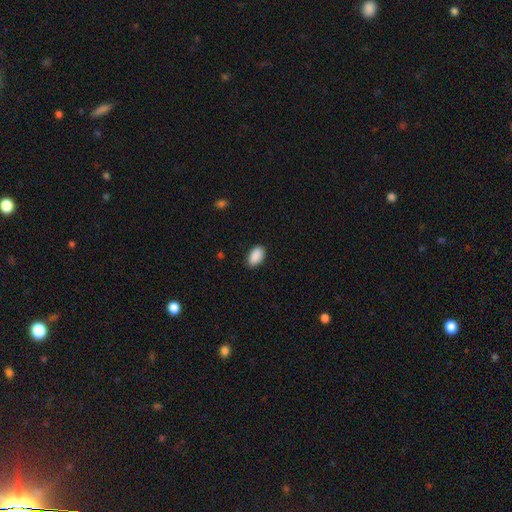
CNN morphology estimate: This is clearly a smooth galaxy (91%). How rounded: clearly in between (93%). Merging: clearly none (87%).